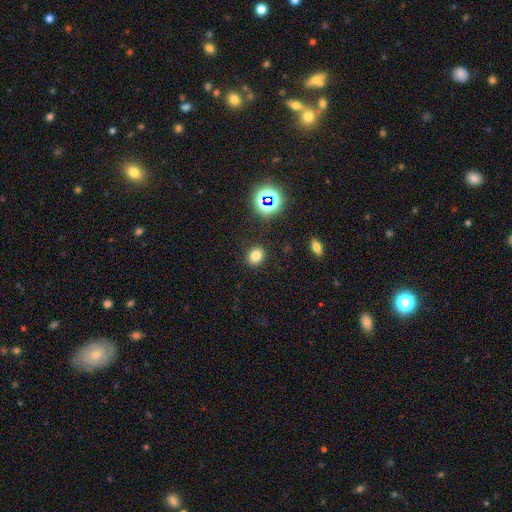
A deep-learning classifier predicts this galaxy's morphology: smooth 75%, star or artifact 17%, featured or disk 7%. Down the decision tree: how rounded — round (62%); merging — none (88%).